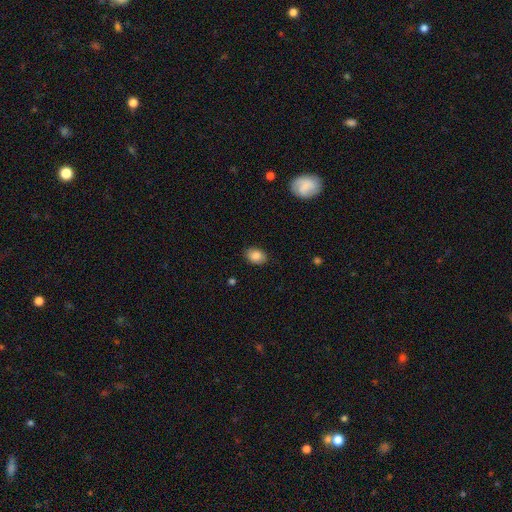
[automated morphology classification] A smooth galaxy with no disk features (84%) that is in between round and cigar-shaped (76%).

Vote fractions:
- Smooth or featured? smooth: 84% / star or artifact: 8% / featured or disk: 8%
- How rounded? in between: 76% / round: 23% / cigar-shaped: 1%
- Merging? none: 84% / minor disturbance: 12% / major disturbance: 3% / merger: 1%